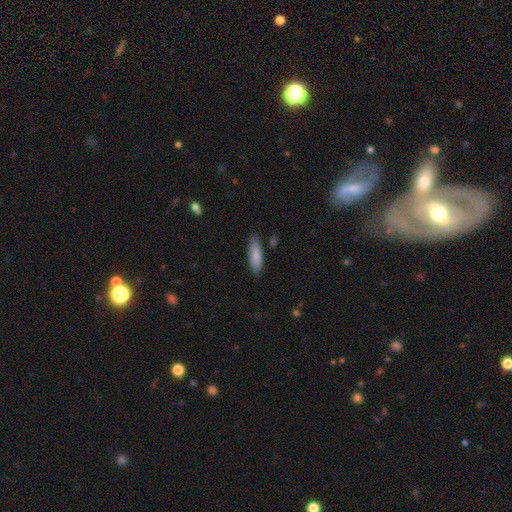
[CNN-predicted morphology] smooth 84%, featured or disk 10%, star or artifact 6%. Down the decision tree: how rounded — cigar-shaped (52%); merging — none (82%).